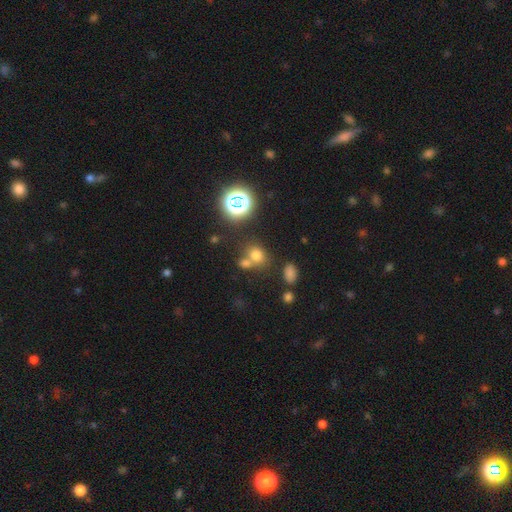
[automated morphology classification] Smooth or featured: smooth — 66% (star or artifact — 24%)
How rounded: round — 65% (in between — 34%)
Merging: none — 51% (merger — 34%)